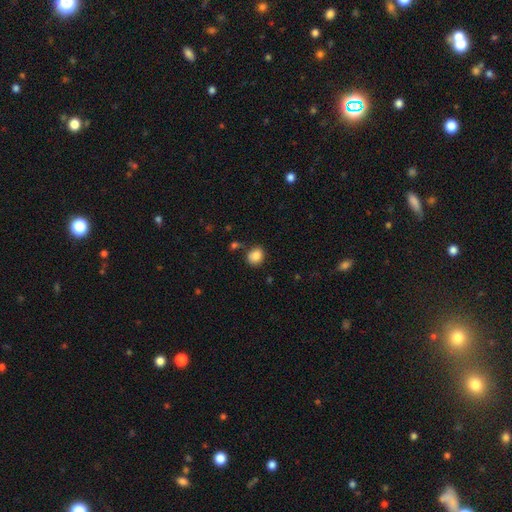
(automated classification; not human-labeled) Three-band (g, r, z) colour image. It shows a smooth galaxy with no disk features (85%) that is round (67%). Merging: none (77%).